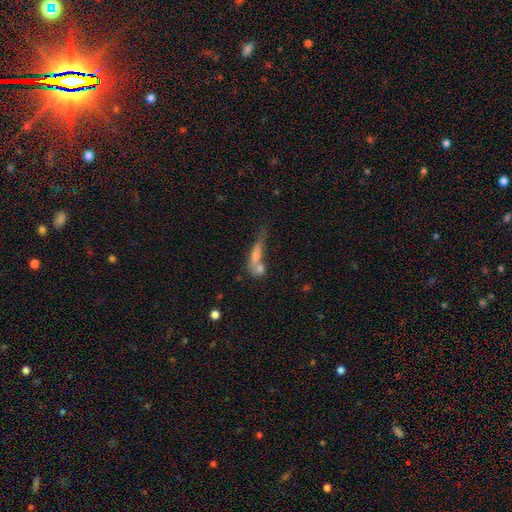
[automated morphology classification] This is possibly a smooth galaxy (53%). How rounded: likely cigar-shaped (64%). Merging: marginally merger (45%).